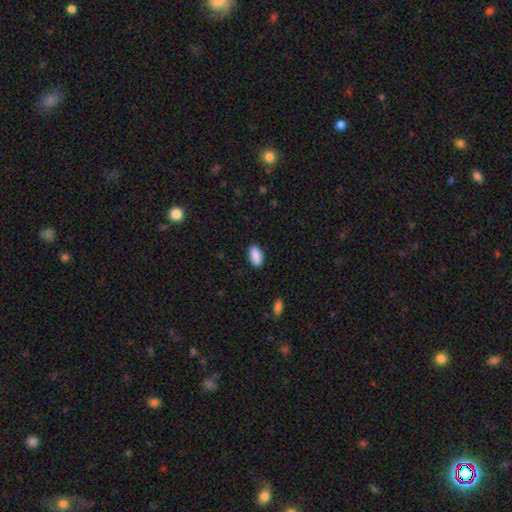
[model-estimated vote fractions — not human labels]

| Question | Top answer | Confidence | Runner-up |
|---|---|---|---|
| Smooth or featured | smooth | 90% | star or artifact (7%) |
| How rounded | in between | 93% | cigar-shaped (5%) |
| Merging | none | 88% | minor disturbance (8%) |